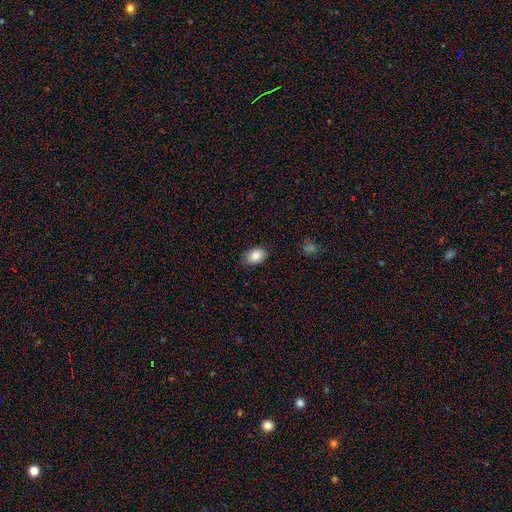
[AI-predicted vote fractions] This is clearly a smooth galaxy (87%). How rounded: clearly in between (85%). Merging: clearly none (82%).